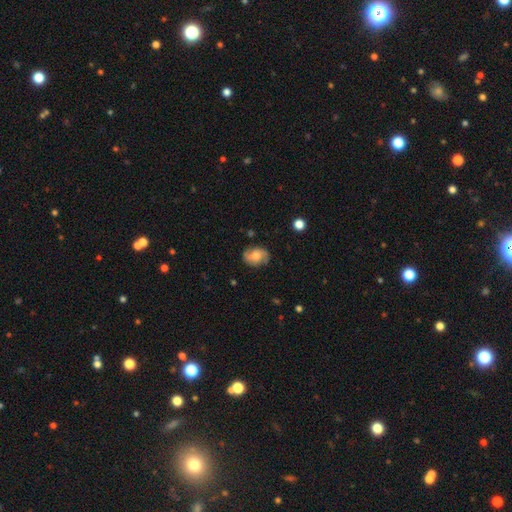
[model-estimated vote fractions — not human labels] featured or disk 56%, smooth 35%, star or artifact 8%. Down the decision tree: edge-on disk — no (97%); bar — no (64%); spiral arms — yes (89%); bulge size — moderate (45%); merging — none (73%).